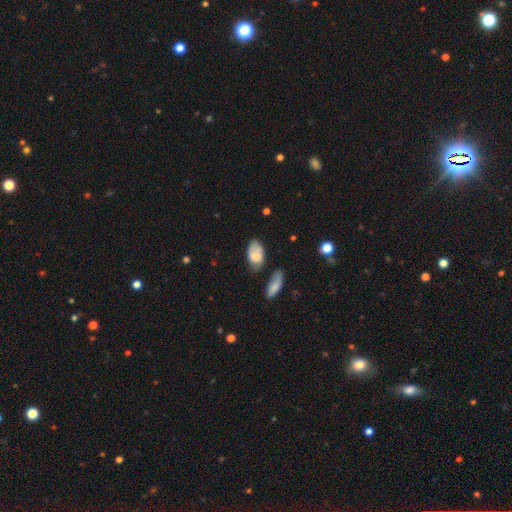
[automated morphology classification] Smooth or featured: smooth — 73% (featured or disk — 20%)
How rounded: in between — 92% (round — 5%)
Merging: none — 50% (minor disturbance — 30%)